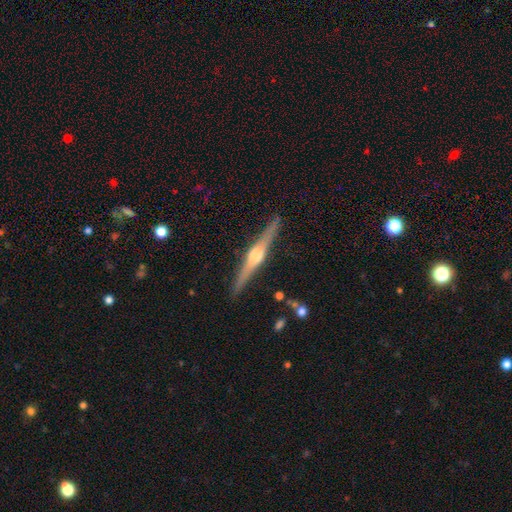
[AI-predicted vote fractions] The model was most divided on "smooth or featured": featured or disk: 80%, smooth: 14%, star or artifact: 5%. More confident: edge-on disk — yes (98%); merging — none (89%); edge-on bulge — rounded (83%).